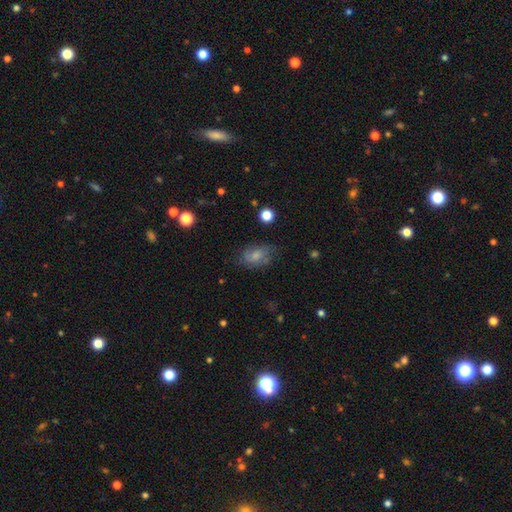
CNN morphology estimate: This is likely a smooth galaxy (67%). How rounded: clearly in between (84%). Merging: likely none (62%).